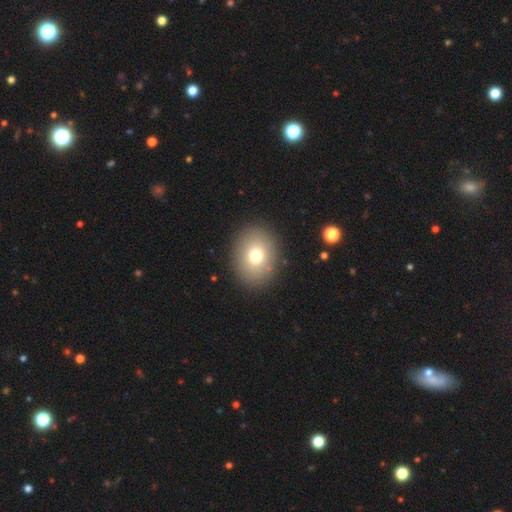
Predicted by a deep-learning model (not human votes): This appears to be a smooth galaxy with no disk features (75%) that is round (52%). Merging: none (89%).